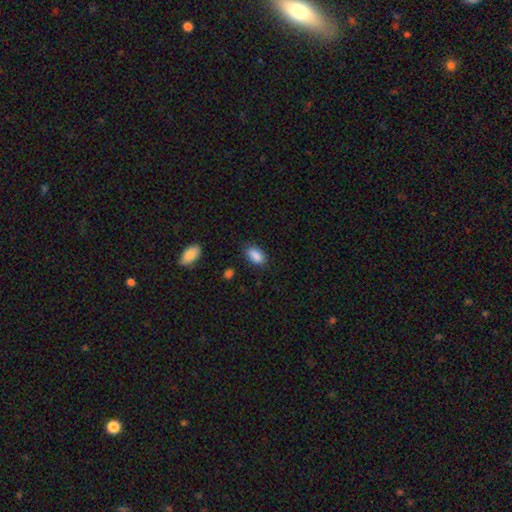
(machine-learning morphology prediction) Smooth or featured?
  - smooth: 88% *
  - star or artifact: 8%
  - featured or disk: 4%
How rounded?
  - in between: 91% *
  - round: 5%
  - cigar-shaped: 3%
Merging?
  - none: 81% *
  - minor disturbance: 14%
  - major disturbance: 3%
  - merger: 2%